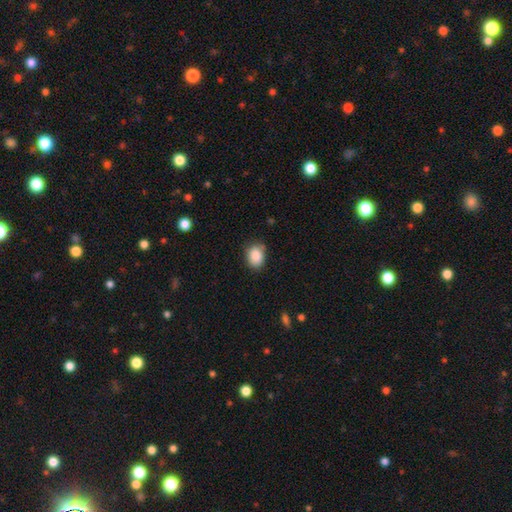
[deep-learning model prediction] This appears to be a smooth galaxy with no disk features (88%) that is in between round and cigar-shaped (59%). Merging: none (76%).